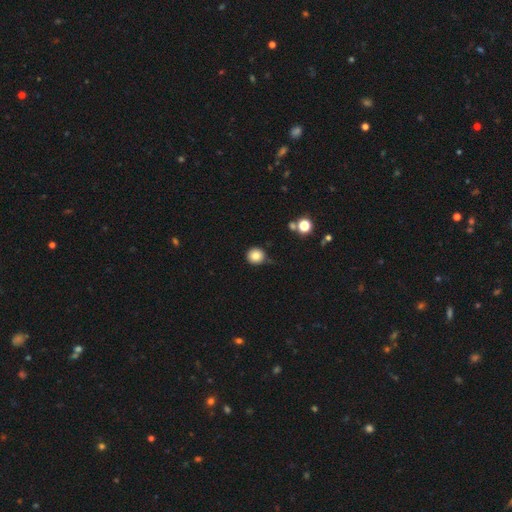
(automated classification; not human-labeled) smooth-or-featured: smooth: 82% | star or artifact: 11% | featured or disk: 7%
  how-rounded: round: 93% | in between: 6% | cigar-shaped: 1%
  merging: none: 79% | minor disturbance: 15% | merger: 3% | major disturbance: 3%